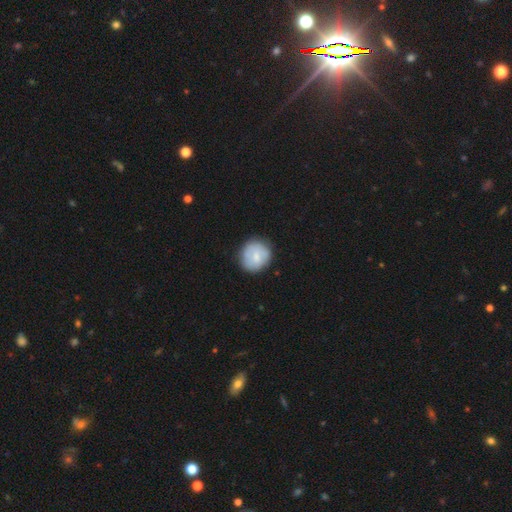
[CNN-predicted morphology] Q: Smooth or featured?
A: smooth (72%); runner-up: featured or disk (22%)
Q: How rounded?
A: round (86%); runner-up: in between (13%)
Q: Merging?
A: none (80%); runner-up: minor disturbance (15%)